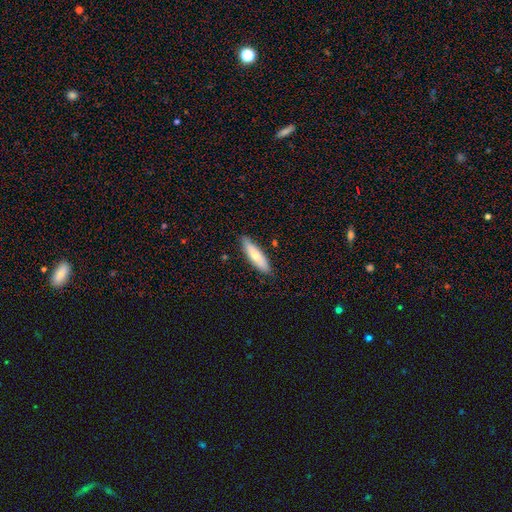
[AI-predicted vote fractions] Q: Smooth or featured?
A: smooth (70%); runner-up: featured or disk (24%)
Q: How rounded?
A: cigar-shaped (60%); runner-up: in between (38%)
Q: Merging?
A: none (85%); runner-up: minor disturbance (11%)